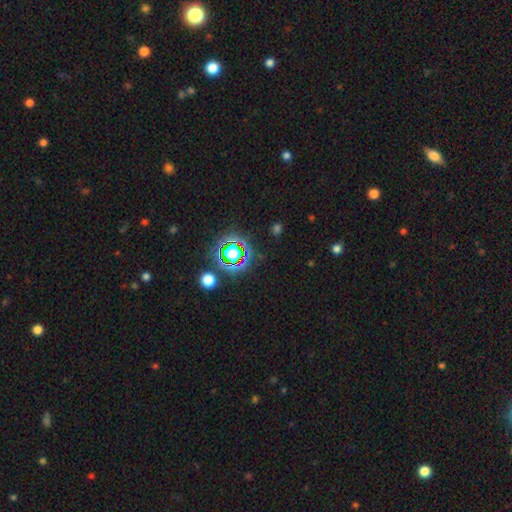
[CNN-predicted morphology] star or artifact 77%, smooth 15%, featured or disk 8%.